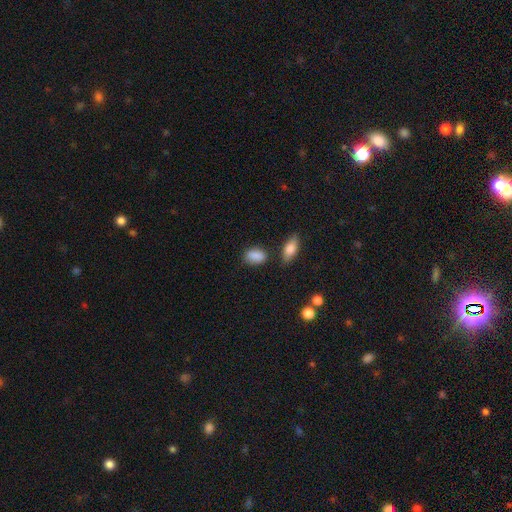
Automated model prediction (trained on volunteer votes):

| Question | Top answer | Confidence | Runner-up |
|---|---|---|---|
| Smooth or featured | smooth | 87% | star or artifact (7%) |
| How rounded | in between | 83% | round (14%) |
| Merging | none | 74% | minor disturbance (16%) |